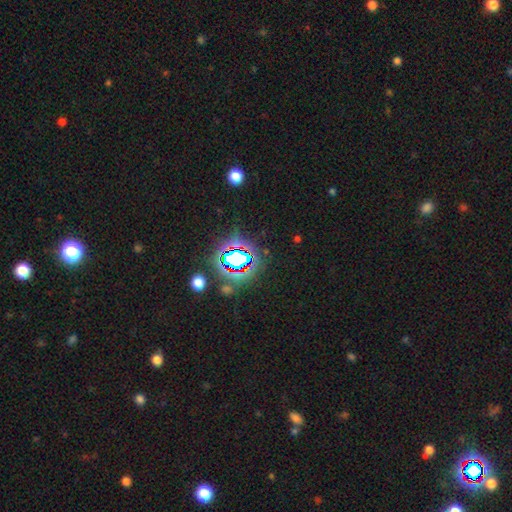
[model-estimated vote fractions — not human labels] smooth_or_featured: star or artifact (p=0.79) [alt: smooth p=0.13]